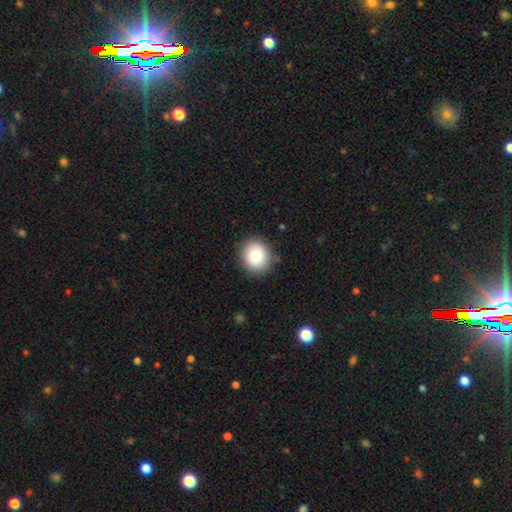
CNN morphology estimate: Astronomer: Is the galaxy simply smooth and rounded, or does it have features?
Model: smooth — 79%.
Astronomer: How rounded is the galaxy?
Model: round — 85%.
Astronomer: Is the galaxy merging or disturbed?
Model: none — 88%.